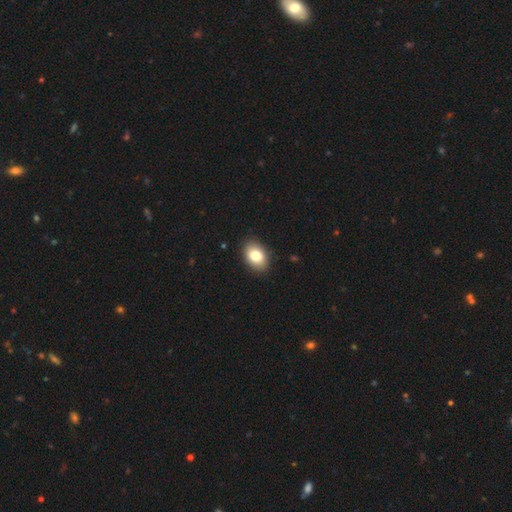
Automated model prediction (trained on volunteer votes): Smooth or featured?
  - smooth: 82% *
  - featured or disk: 11%
  - star or artifact: 8%
How rounded?
  - in between: 85% *
  - round: 14%
  - cigar-shaped: 1%
Merging?
  - none: 89% *
  - minor disturbance: 8%
  - major disturbance: 2%
  - merger: 1%